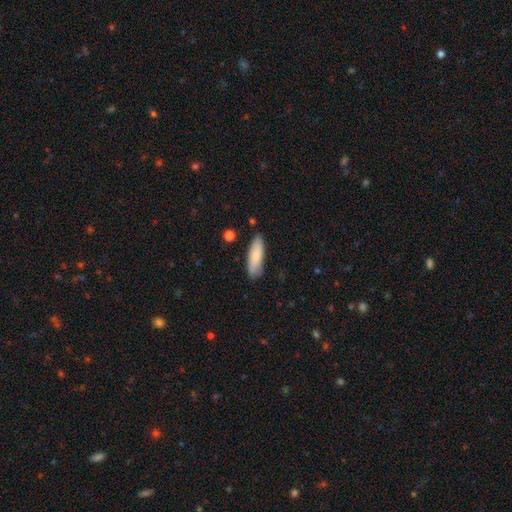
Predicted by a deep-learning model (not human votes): This appears to be a smooth galaxy with no disk features (83%) that is in between round and cigar-shaped (51%). Merging: none (82%).